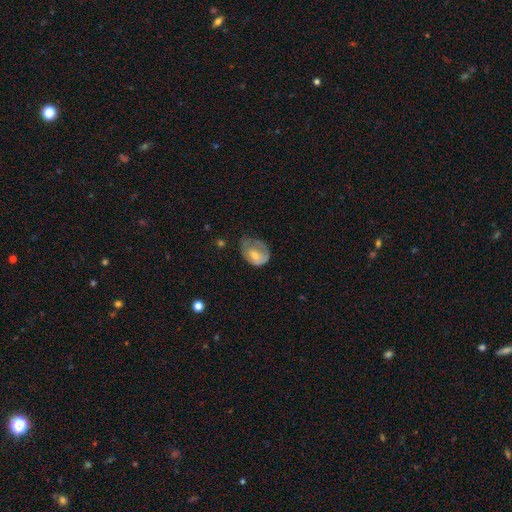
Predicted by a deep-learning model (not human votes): Q: Smooth or featured?
A: smooth (56%); runner-up: featured or disk (37%)
Q: How rounded?
A: in between (71%); runner-up: round (28%)
Q: Merging?
A: minor disturbance (37%); runner-up: major disturbance (31%)